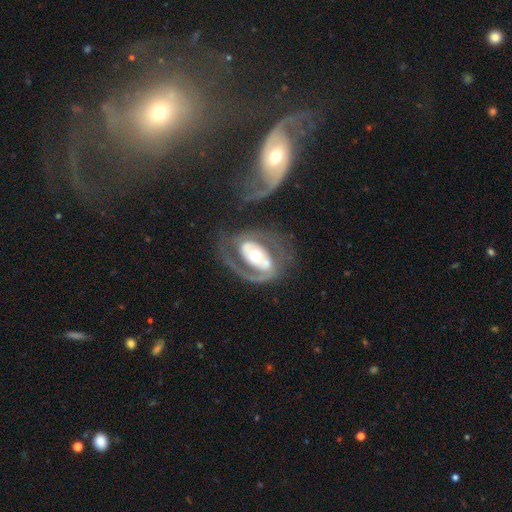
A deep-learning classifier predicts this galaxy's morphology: This appears to be a featured or disk galaxy (86%) with no bar (42%), 2 (71%) medium (42%) spiral arms (87%) and a moderate central bulge (68%). Merging: none (57%).